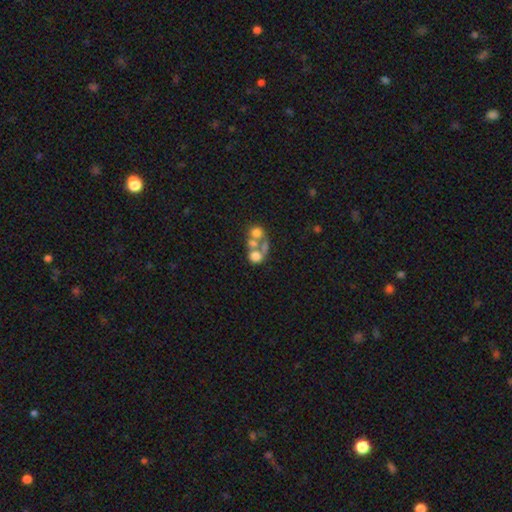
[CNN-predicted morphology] Smooth or featured: smooth — 55% (featured or disk — 32%)
How rounded: round — 64% (in between — 34%)
Merging: merger — 62% (none — 21%)